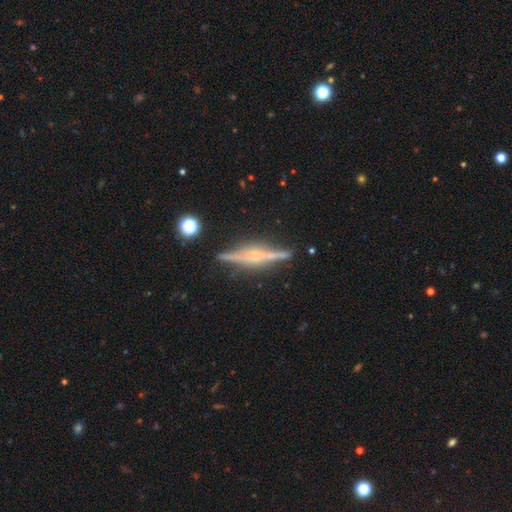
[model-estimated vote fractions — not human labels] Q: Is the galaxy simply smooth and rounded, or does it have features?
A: featured or disk — 84%.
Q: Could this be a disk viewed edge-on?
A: yes — 98%.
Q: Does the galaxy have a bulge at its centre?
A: rounded — 78%.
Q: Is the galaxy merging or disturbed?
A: none — 87%.